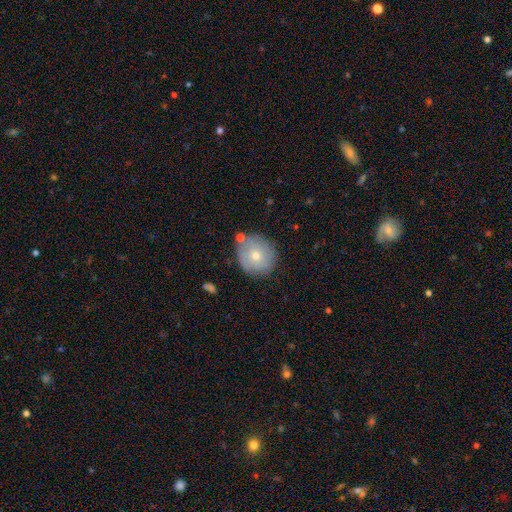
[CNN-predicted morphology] smooth_or_featured: smooth (p=0.59) [alt: featured or disk p=0.32]
how_rounded: round (p=0.90) [alt: in between p=0.09]
merging: none (p=0.77) [alt: minor disturbance p=0.14]